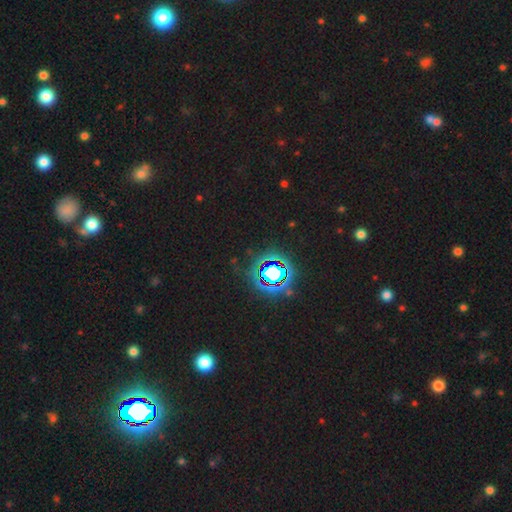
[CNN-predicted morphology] A star or artifact, not a galaxy (82%).

Vote fractions:
- Smooth or featured? star or artifact: 82% / smooth: 11% / featured or disk: 7%